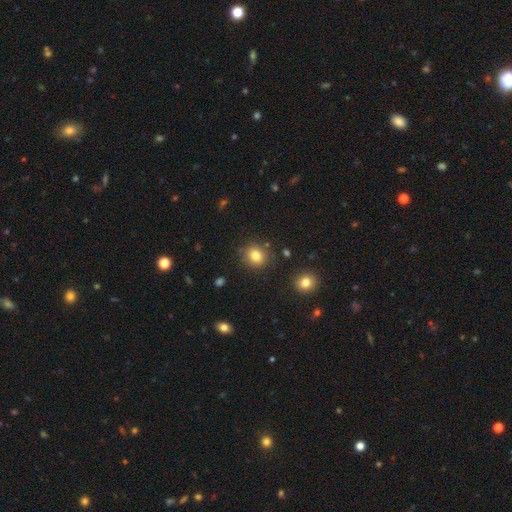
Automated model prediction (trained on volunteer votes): This is clearly a smooth galaxy (82%). How rounded: likely round (77%). Merging: clearly none (84%).